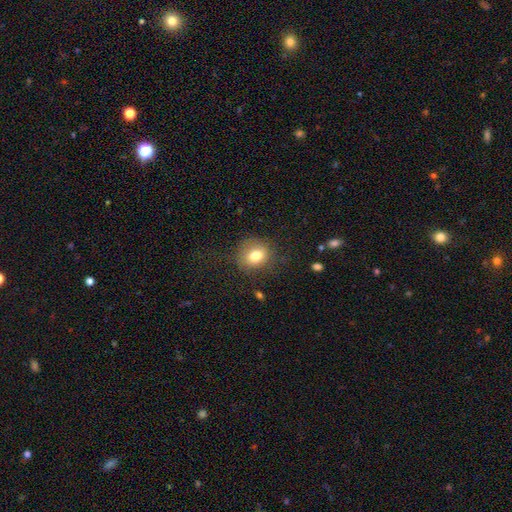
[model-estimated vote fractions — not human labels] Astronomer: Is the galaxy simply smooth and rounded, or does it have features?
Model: smooth — 78%.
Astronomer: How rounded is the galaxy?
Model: round — 67%.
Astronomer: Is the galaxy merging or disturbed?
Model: none — 76%.